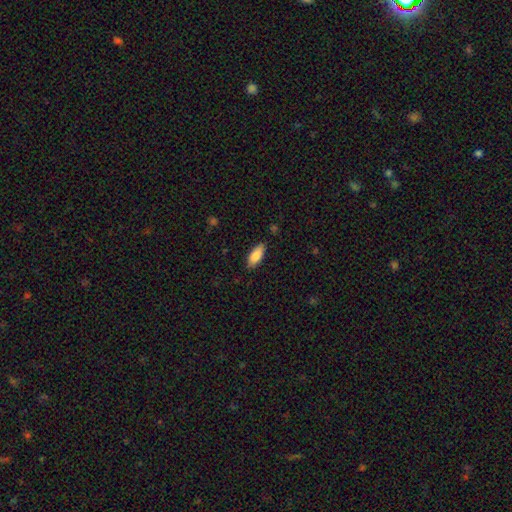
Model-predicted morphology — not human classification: A smooth galaxy with no disk features (86%) that is in between round and cigar-shaped (82%). Merging: none (83%).